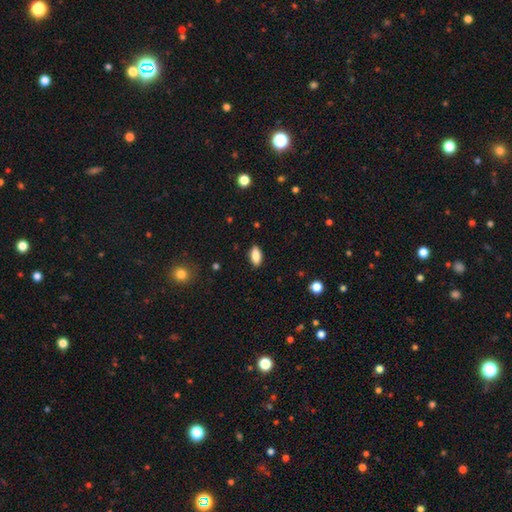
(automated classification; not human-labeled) Q: Smooth or featured?
A: smooth (84%); runner-up: featured or disk (8%)
Q: How rounded?
A: in between (84%); runner-up: cigar-shaped (13%)
Q: Merging?
A: none (88%); runner-up: minor disturbance (9%)